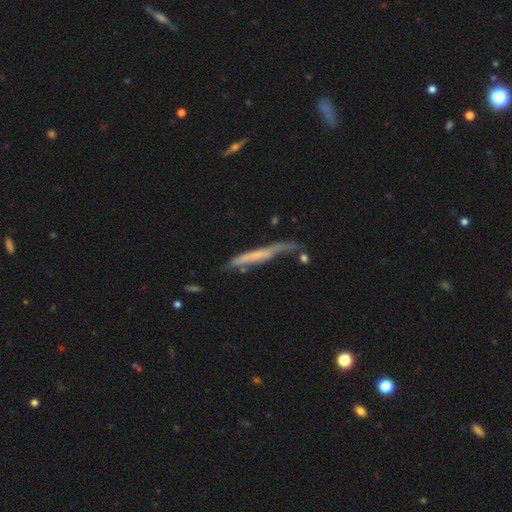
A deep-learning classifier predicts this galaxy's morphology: Smooth or featured? featured or disk (49%)
Merging? none (43%)